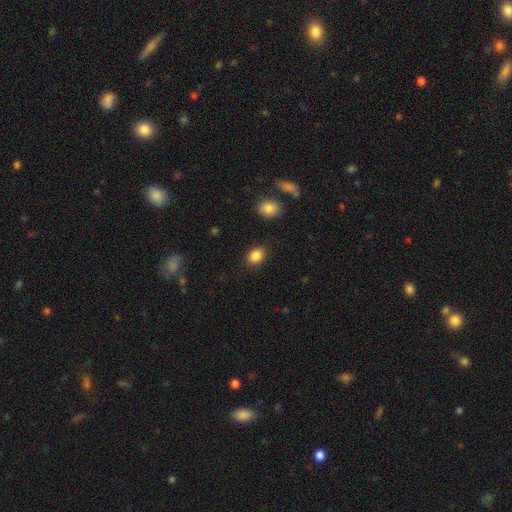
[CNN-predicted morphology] smooth-or-featured: smooth: 86% | star or artifact: 9% | featured or disk: 5%
  how-rounded: in between: 64% | round: 35% | cigar-shaped: 1%
  merging: none: 86% | minor disturbance: 10% | major disturbance: 3% | merger: 2%